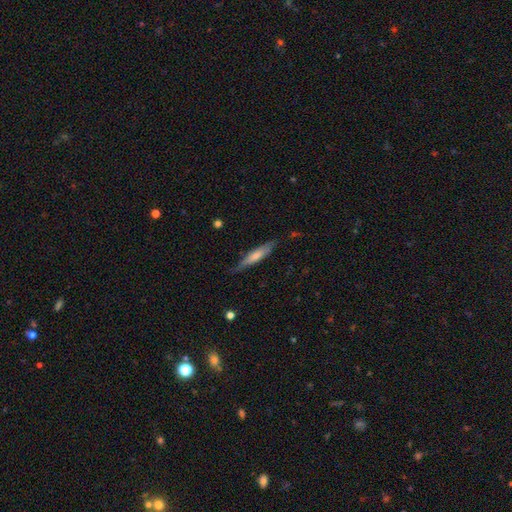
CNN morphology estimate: This is likely a smooth galaxy (62%). How rounded: clearly cigar-shaped (83%). Merging: likely none (72%).